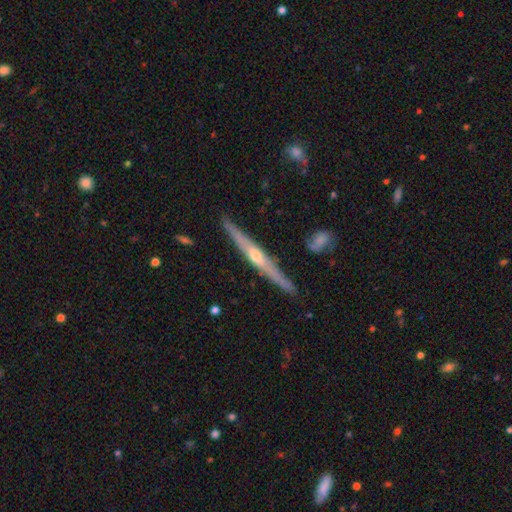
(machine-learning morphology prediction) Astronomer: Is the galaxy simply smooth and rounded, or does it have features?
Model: featured or disk — 75%.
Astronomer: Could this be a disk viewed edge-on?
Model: yes — 97%.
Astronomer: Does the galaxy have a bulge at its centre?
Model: rounded — 76%.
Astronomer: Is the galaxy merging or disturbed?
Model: none — 88%.